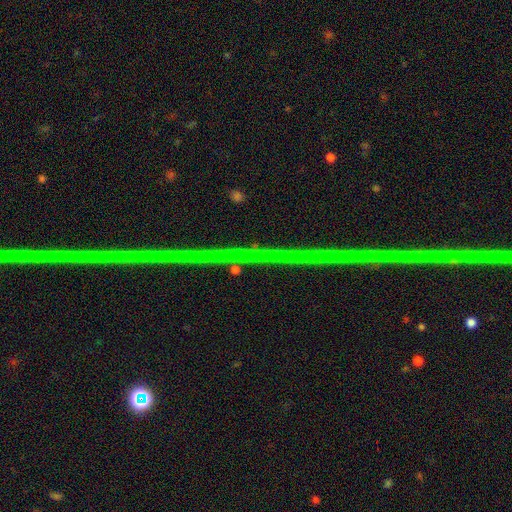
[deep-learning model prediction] The model was most divided on "smooth or featured": star or artifact: 89%, featured or disk: 7%, smooth: 4%.